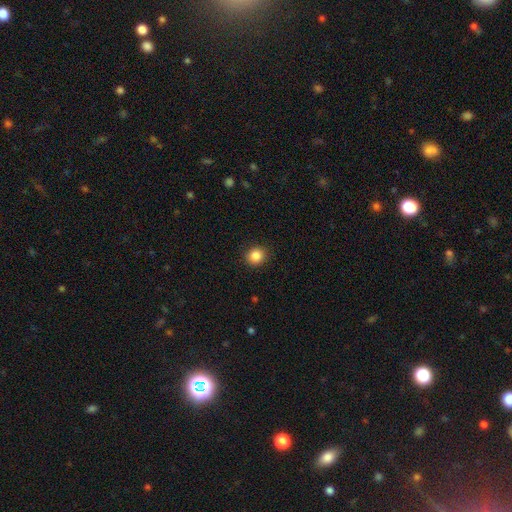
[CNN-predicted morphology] This is clearly a smooth galaxy (86%). How rounded: clearly round (86%). Merging: clearly none (90%).